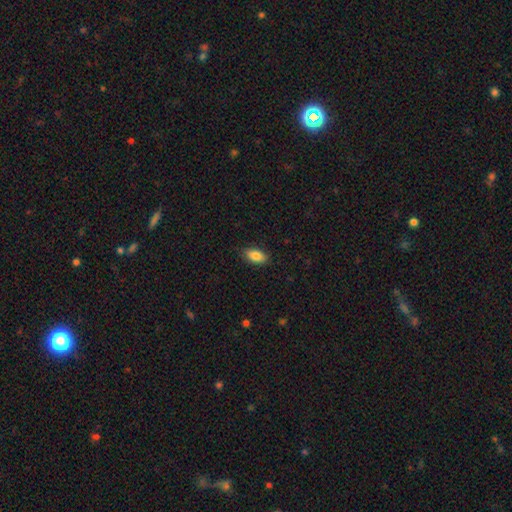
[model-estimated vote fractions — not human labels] Morphology: type=smooth (86%); roundness=in between (91%); merging=none (86%).